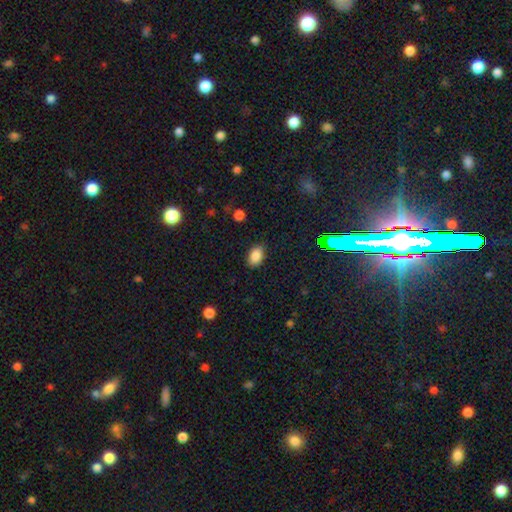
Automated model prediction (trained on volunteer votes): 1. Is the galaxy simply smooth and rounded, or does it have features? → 86% smooth, 10% star or artifact, 4% featured or disk.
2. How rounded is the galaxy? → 86% in between, 13% round, 1% cigar-shaped.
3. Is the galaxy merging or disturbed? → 85% none, 11% minor disturbance, 3% major disturbance, 1% merger.